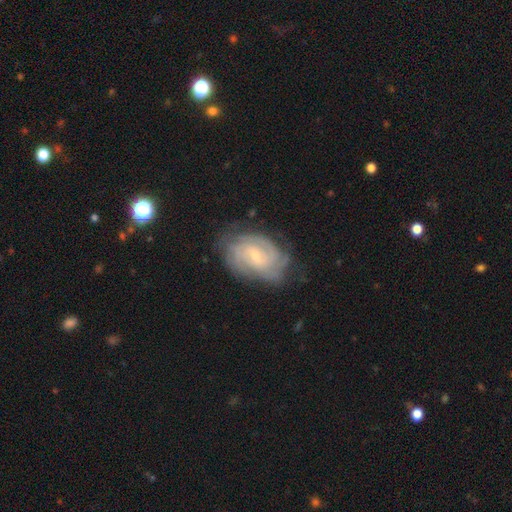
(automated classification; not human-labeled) A featured or disk galaxy (76%) with a weak bar (51%), tight (60%) spiral arms (92%) and a small central bulge (67%). Merging: none (69%).